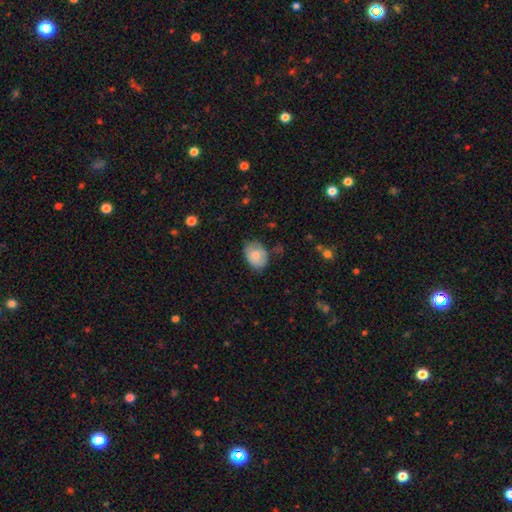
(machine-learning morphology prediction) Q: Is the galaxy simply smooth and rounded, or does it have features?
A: smooth — 76%.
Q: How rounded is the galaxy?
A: in between — 73%.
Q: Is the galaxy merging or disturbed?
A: none — 68%.